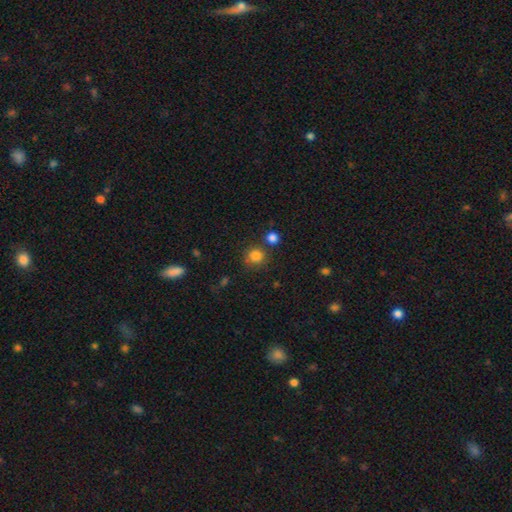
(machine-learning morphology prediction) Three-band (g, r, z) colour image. It shows a smooth galaxy with no disk features (83%) that is round (88%). Merging: none (75%).